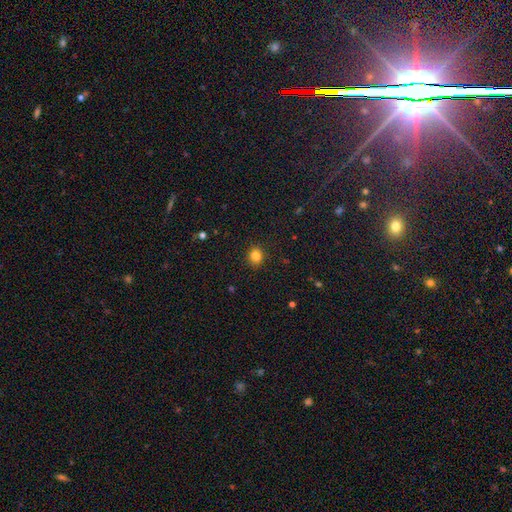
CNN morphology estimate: The model was most divided on "how rounded": round: 78%, in between: 22%, cigar-shaped: 1%. More confident: merging — none (90%); smooth or featured — smooth (83%).